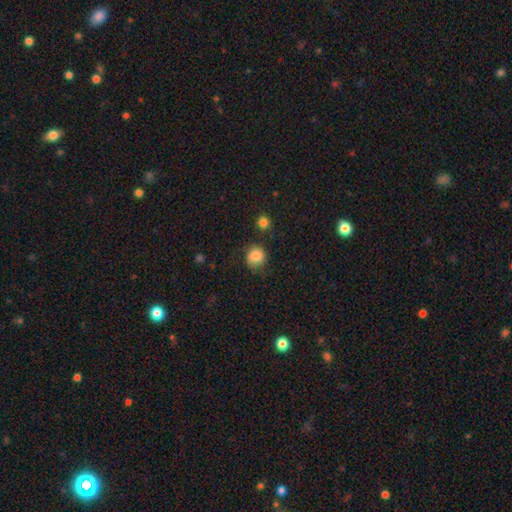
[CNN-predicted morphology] Q: Smooth or featured?
A: smooth (81%); runner-up: featured or disk (10%)
Q: How rounded?
A: round (87%); runner-up: in between (12%)
Q: Merging?
A: none (65%); runner-up: minor disturbance (23%)